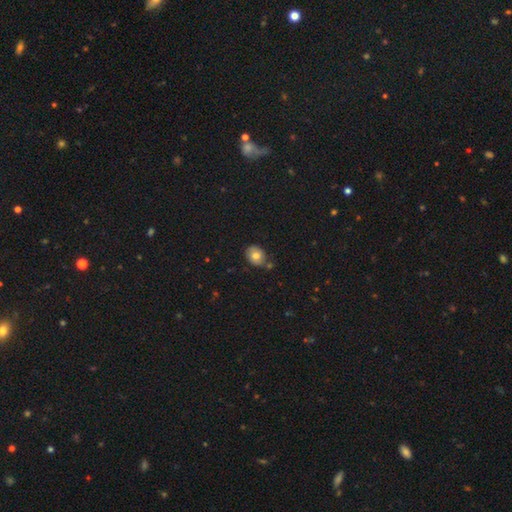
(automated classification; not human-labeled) A smooth galaxy with no disk features (76%) that is in between round and cigar-shaped (54%). Merging: none (72%).